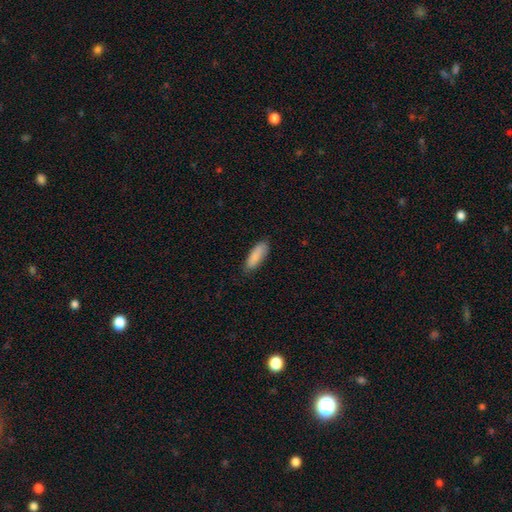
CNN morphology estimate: type=smooth (88%); roundness=in between (63%); merging=none (82%).